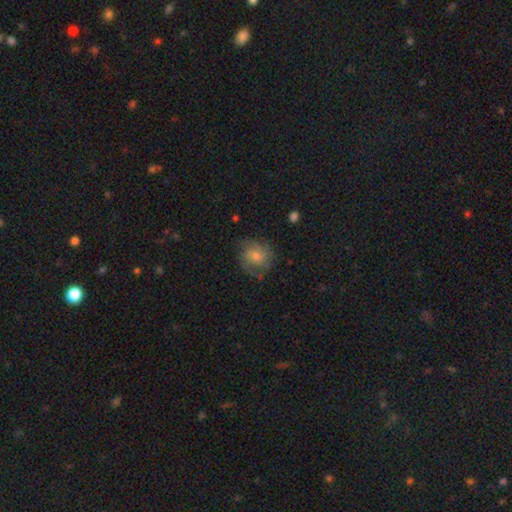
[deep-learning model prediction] smooth_or_featured: featured or disk (p=0.54) [alt: smooth p=0.36]
disk_edge_on: no (p=0.97) [alt: yes p=0.03]
bar: no (p=0.67) [alt: weak p=0.28]
has_spiral_arms: yes (p=0.85) [alt: no p=0.15]
bulge_size: small (p=0.47) [alt: moderate p=0.44]
merging: none (p=0.68) [alt: minor disturbance p=0.20]